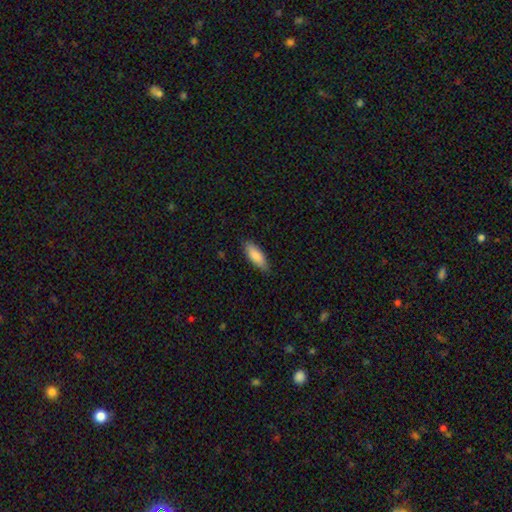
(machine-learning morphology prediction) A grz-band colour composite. It shows a smooth galaxy with no disk features (86%) that is in between round and cigar-shaped (70%). Merging: none (83%).